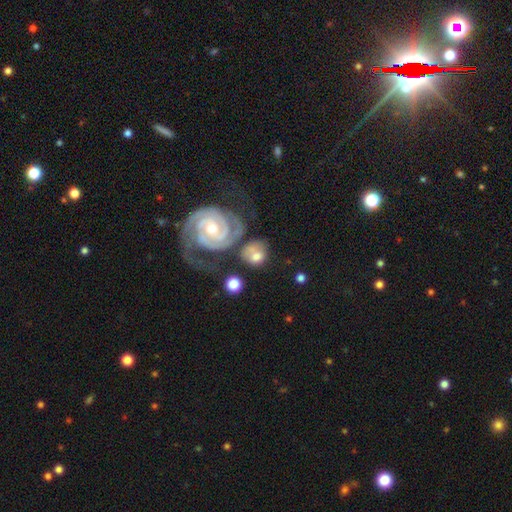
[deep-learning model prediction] featured or disk 49%, smooth 44%, star or artifact 7%. Down the decision tree: merging — none (50%).